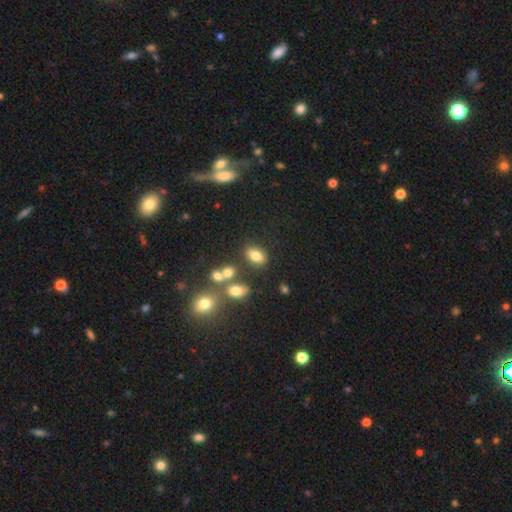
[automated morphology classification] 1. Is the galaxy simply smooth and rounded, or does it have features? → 77% smooth, 13% star or artifact, 10% featured or disk.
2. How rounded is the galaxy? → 82% in between, 15% round, 3% cigar-shaped.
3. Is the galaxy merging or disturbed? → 71% none, 13% minor disturbance, 11% merger, 5% major disturbance.